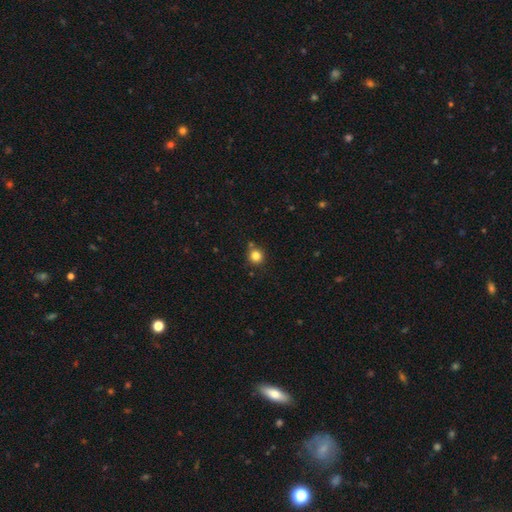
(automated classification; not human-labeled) Overall: smooth (82%). How rounded: round (93%). Merging: none (79%).